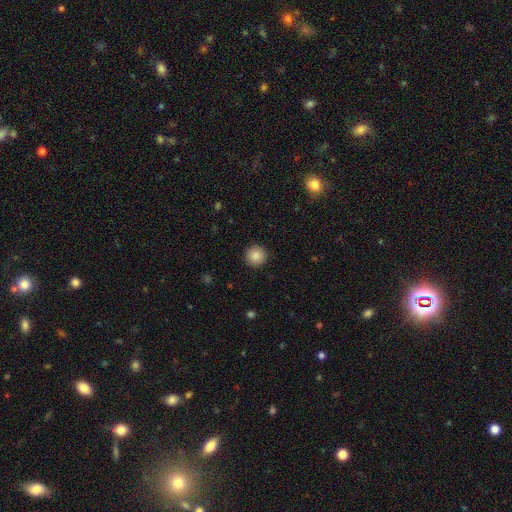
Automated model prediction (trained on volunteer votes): A smooth galaxy with no disk features (88%) that is round (95%).

Vote fractions:
- Smooth or featured? smooth: 88% / star or artifact: 9% / featured or disk: 4%
- How rounded? round: 95% / in between: 4% / cigar-shaped: 1%
- Merging? none: 92% / minor disturbance: 5% / major disturbance: 2% / merger: 1%